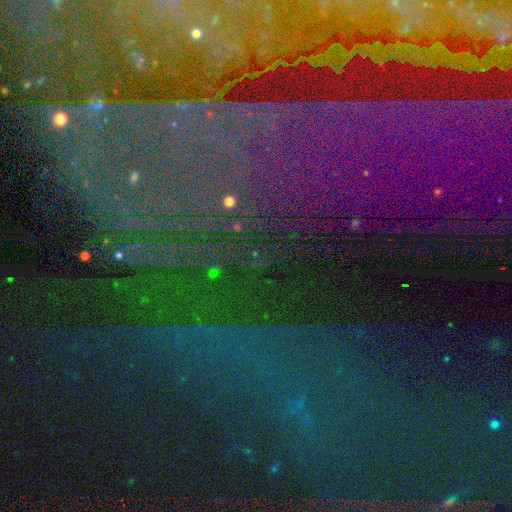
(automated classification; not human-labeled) Smooth or featured: star or artifact — 84% (featured or disk — 8%)